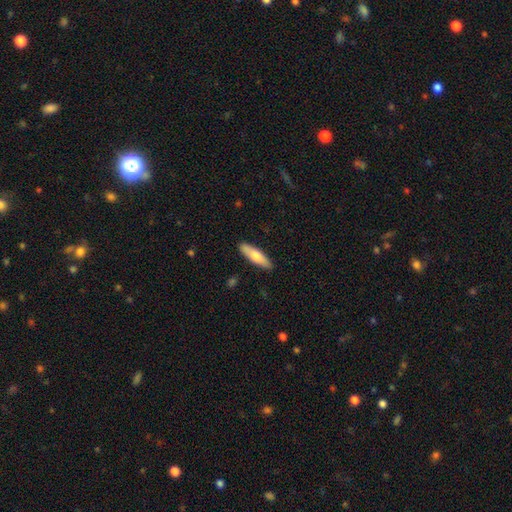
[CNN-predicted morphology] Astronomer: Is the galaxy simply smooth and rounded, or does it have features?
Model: smooth — 70%.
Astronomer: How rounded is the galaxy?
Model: cigar-shaped — 64%.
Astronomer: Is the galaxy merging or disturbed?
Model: none — 88%.